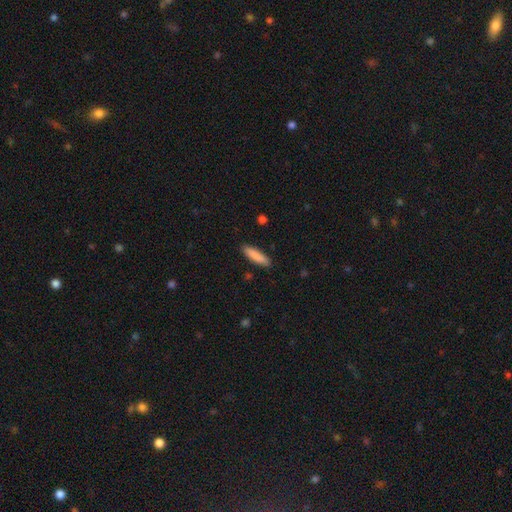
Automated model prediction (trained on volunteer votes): This appears to be a smooth galaxy with no disk features (87%) that is cigar-shaped (76%). Merging: none (89%).